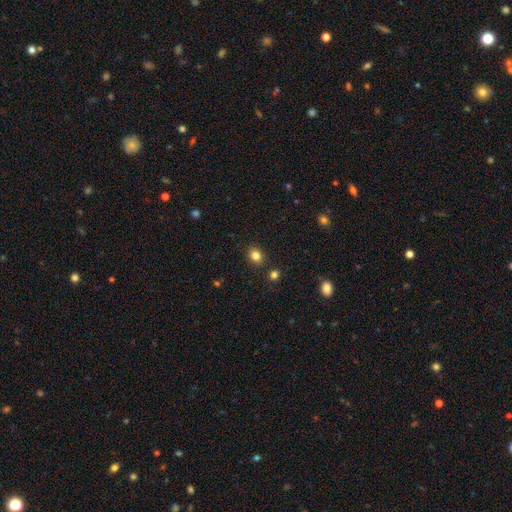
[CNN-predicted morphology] Smooth or featured: smooth — 82% (star or artifact — 12%)
How rounded: round — 66% (in between — 33%)
Merging: none — 87% (minor disturbance — 7%)